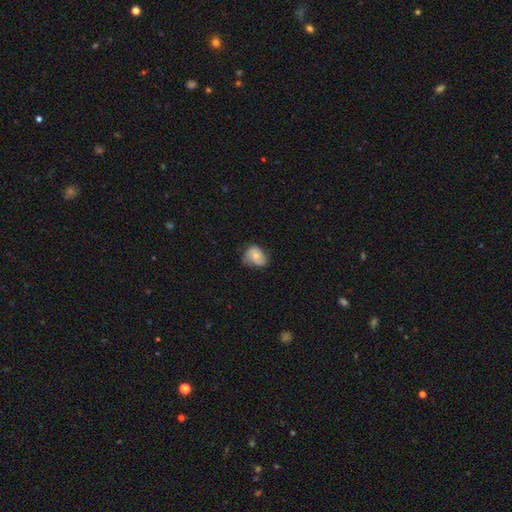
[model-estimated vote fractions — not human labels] smooth 64%, featured or disk 28%, star or artifact 8%. Down the decision tree: how rounded — in between (60%); merging — none (47%).